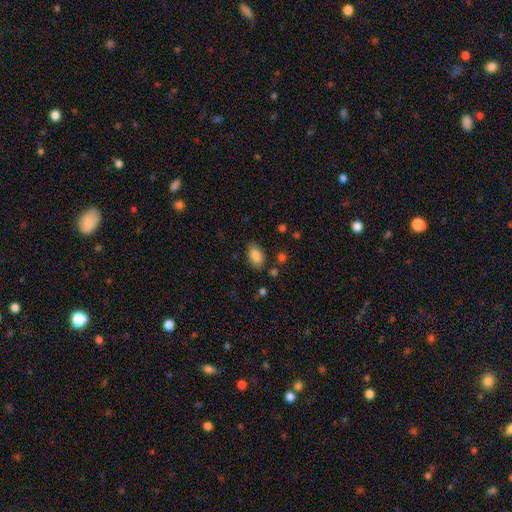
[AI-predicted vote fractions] Smooth or featured: smooth — 86% (star or artifact — 8%)
How rounded: in between — 92% (round — 5%)
Merging: none — 82% (minor disturbance — 13%)